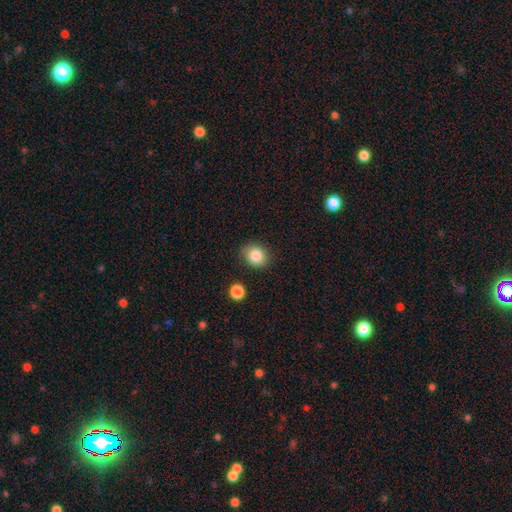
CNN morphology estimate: smooth 85%, star or artifact 9%, featured or disk 6%. Down the decision tree: how rounded — round (64%); merging — none (84%).